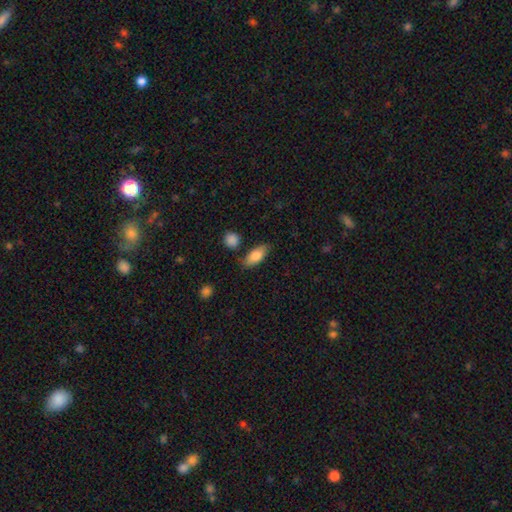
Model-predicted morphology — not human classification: smooth-or-featured: smooth: 80% | featured or disk: 14% | star or artifact: 6%
  how-rounded: in between: 83% | cigar-shaped: 14% | round: 4%
  merging: none: 78% | minor disturbance: 14% | merger: 5% | major disturbance: 3%